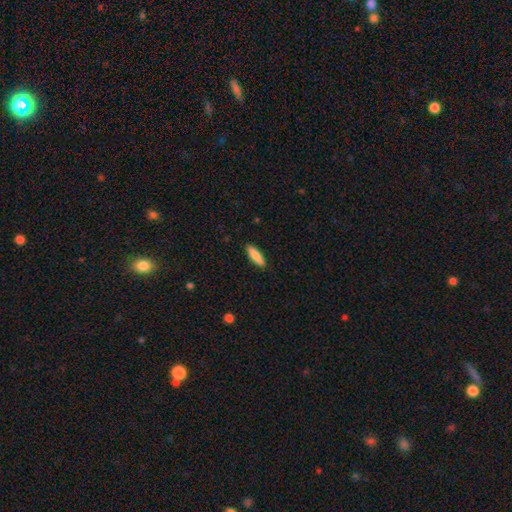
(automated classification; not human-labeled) Smooth or featured? smooth (85%)
How rounded? cigar-shaped (66%)
Merging? none (90%)